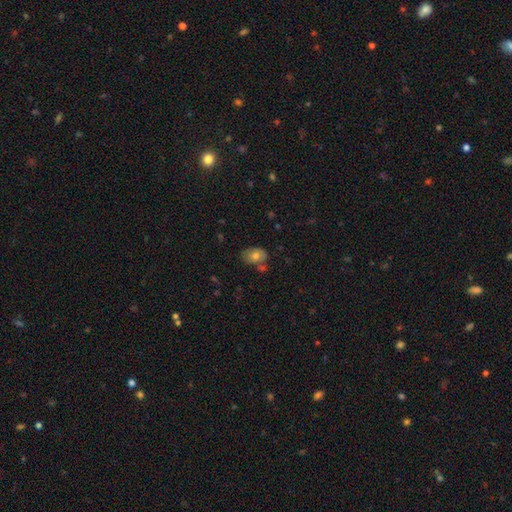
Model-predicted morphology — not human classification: This is likely a smooth galaxy (70%). How rounded: likely in between (75%). Merging: possibly none (59%).